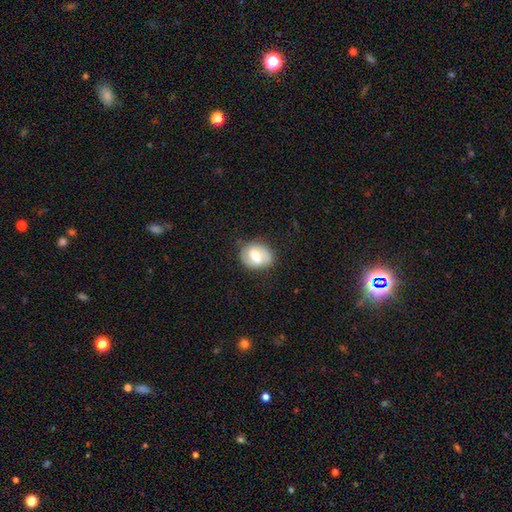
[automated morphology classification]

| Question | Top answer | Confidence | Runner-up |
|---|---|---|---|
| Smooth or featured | featured or disk | 51% | smooth (42%) |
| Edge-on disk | no | 96% | yes (4%) |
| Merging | none | 72% | minor disturbance (19%) |